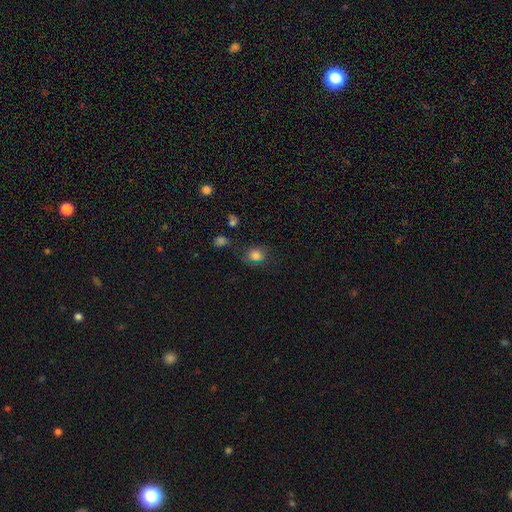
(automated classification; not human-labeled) smooth_or_featured: smooth (p=0.76) [alt: star or artifact p=0.17]
how_rounded: round (p=0.67) [alt: in between p=0.32]
merging: none (p=0.66) [alt: minor disturbance p=0.19]